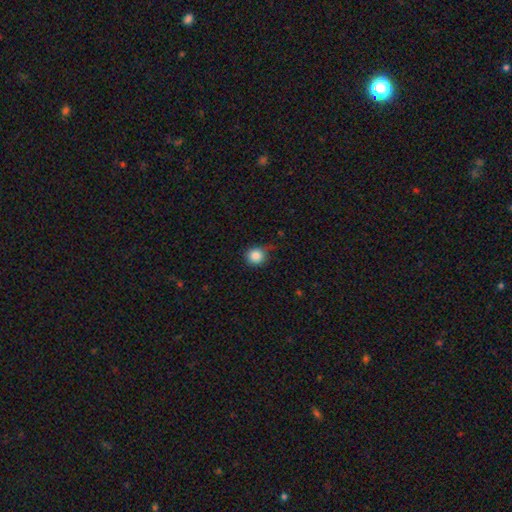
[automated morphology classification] smooth-or-featured: smooth: 85% | star or artifact: 11% | featured or disk: 4%
  how-rounded: round: 91% | in between: 8% | cigar-shaped: 1%
  merging: none: 70% | minor disturbance: 23% | major disturbance: 5% | merger: 2%